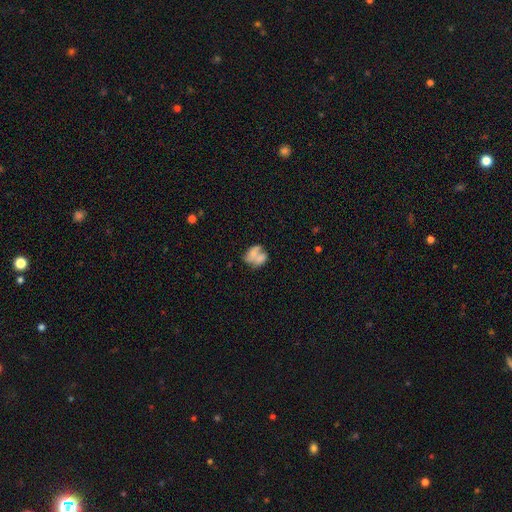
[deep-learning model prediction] smooth_or_featured: smooth (p=0.52) [alt: featured or disk p=0.38]
how_rounded: in between (p=0.67) [alt: round p=0.31]
merging: merger (p=0.56) [alt: none p=0.22]